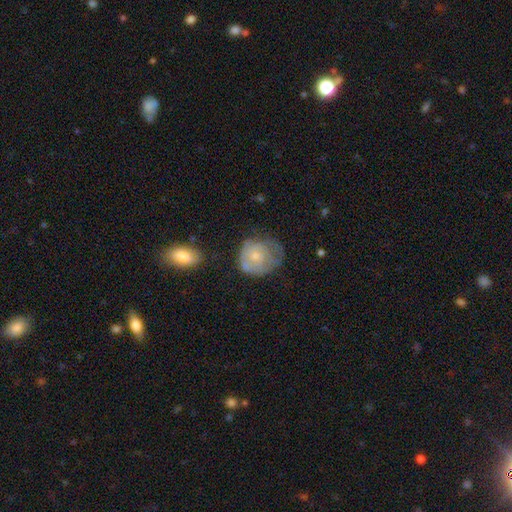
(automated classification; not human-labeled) This appears to be a smooth galaxy with no disk features (47%). Merging: none (42%).